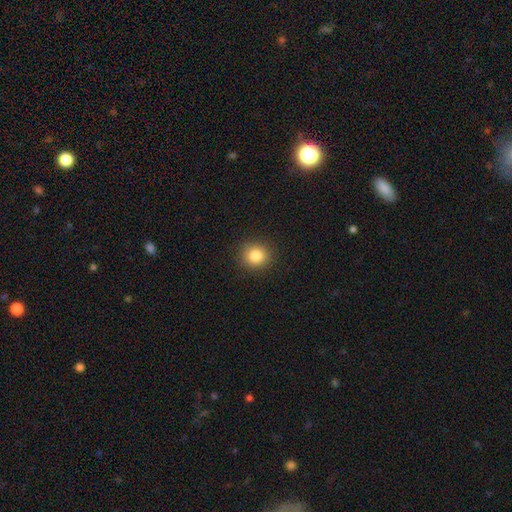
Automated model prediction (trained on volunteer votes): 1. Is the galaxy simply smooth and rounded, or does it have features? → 84% smooth, 11% star or artifact, 5% featured or disk.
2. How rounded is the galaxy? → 87% round, 12% in between, 1% cigar-shaped.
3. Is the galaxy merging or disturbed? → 91% none, 6% minor disturbance, 2% major disturbance, 1% merger.